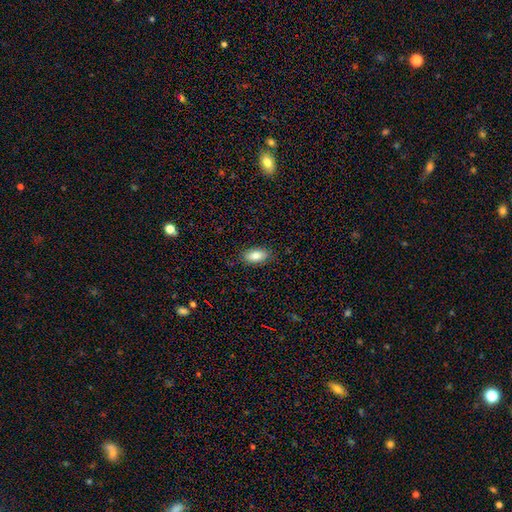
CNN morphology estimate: Overall: smooth (84%). How rounded: in between (90%). Merging: none (86%).